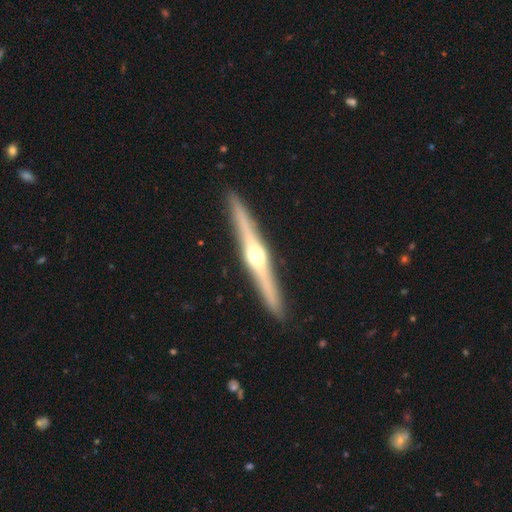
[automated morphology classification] Smooth or featured: featured or disk — 81% (smooth — 14%)
Edge-on disk: yes — 98% (no — 2%)
Edge-on bulge: rounded — 93% (boxy — 4%)
Merging: none — 92% (minor disturbance — 6%)